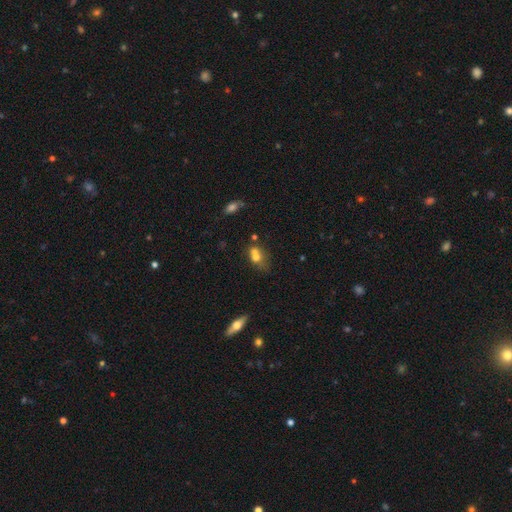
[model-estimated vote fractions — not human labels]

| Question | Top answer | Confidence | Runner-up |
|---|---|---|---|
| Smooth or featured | smooth | 63% | featured or disk (24%) |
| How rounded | in between | 56% | round (41%) |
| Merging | merger | 55% | none (27%) |